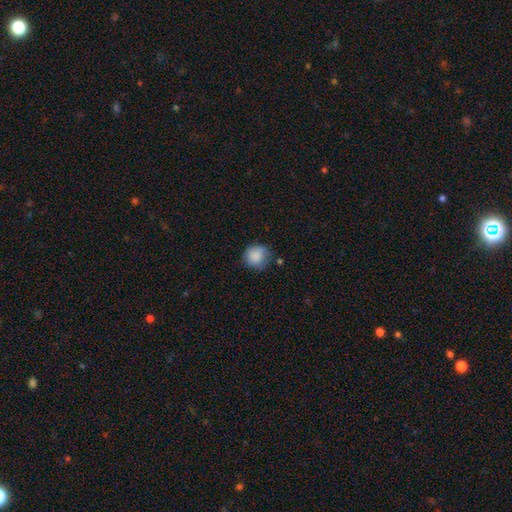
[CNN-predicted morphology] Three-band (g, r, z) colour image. It shows a smooth galaxy with no disk features (86%) that is round (87%). Merging: none (66%).